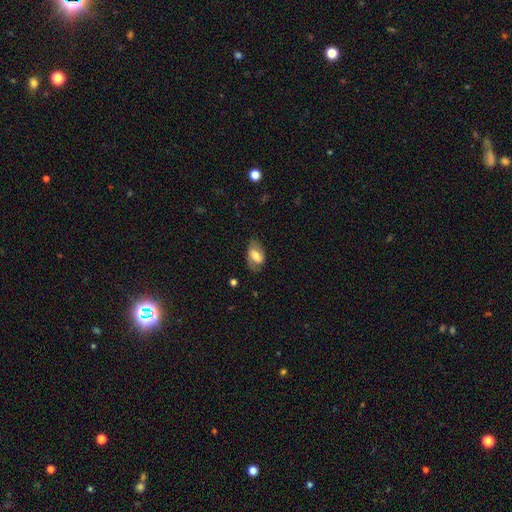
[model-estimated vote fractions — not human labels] The model was most divided on "smooth or featured": smooth: 59%, featured or disk: 34%, star or artifact: 7%. More confident: how rounded — in between (90%); merging — none (68%).